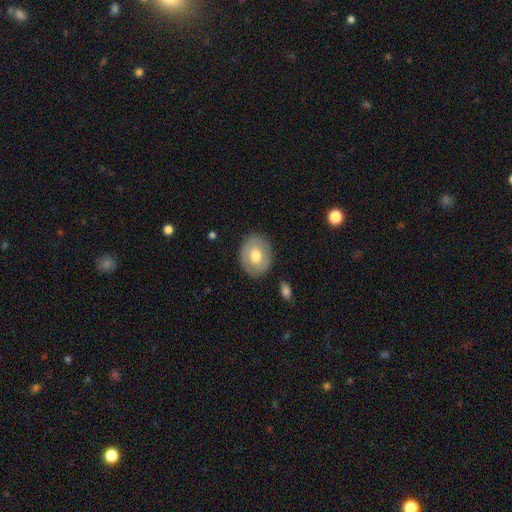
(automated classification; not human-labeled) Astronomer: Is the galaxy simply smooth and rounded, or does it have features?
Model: smooth — 62%.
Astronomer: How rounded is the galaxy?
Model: in between — 55% (runner-up: round, 44%).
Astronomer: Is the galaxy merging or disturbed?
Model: none — 85%.